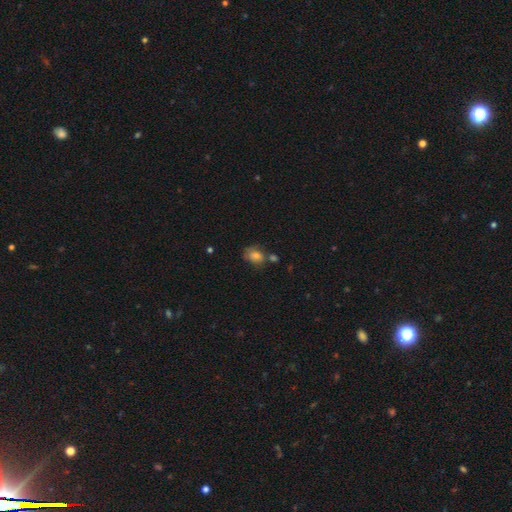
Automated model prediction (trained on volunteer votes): Smooth or featured? Predicted: smooth (p=0.73). How rounded? Predicted: in between (p=0.56). Merging? Predicted: none (p=0.52).